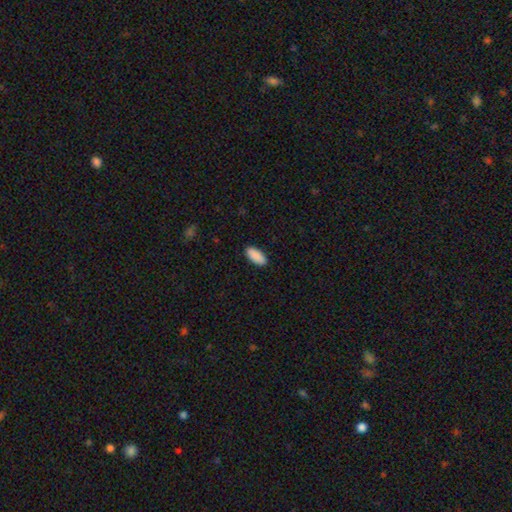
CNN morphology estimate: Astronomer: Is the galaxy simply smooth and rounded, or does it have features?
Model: smooth — 91%.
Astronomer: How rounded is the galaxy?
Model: in between — 88%.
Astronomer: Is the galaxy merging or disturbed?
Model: none — 90%.